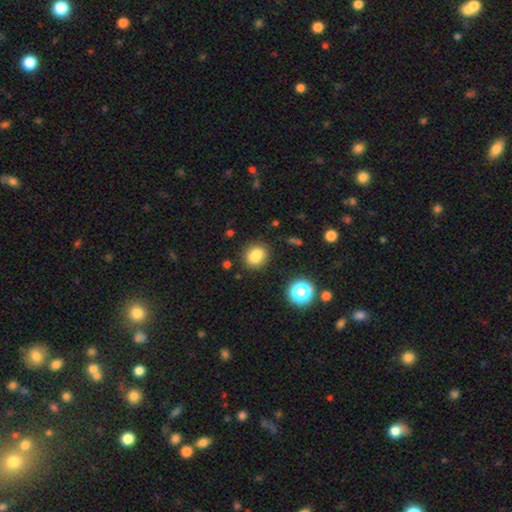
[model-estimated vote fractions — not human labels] smooth_or_featured: smooth (p=0.82) [alt: star or artifact p=0.12]
how_rounded: round (p=0.50) [alt: in between p=0.48]
merging: none (p=0.79) [alt: minor disturbance p=0.13]